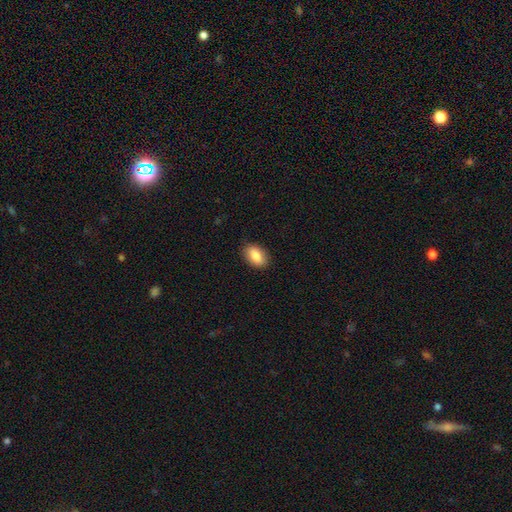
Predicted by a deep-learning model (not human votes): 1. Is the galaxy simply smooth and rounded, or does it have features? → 88% smooth, 7% star or artifact, 6% featured or disk.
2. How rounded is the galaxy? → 91% in between, 6% round, 2% cigar-shaped.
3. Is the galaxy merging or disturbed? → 87% none, 9% minor disturbance, 2% major disturbance, 1% merger.